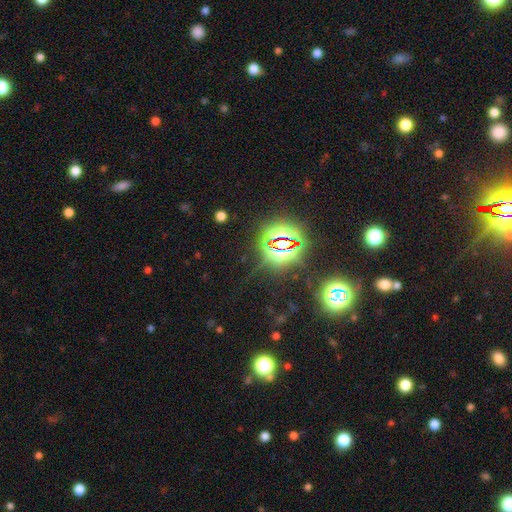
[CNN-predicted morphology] Overall: star or artifact (83%).